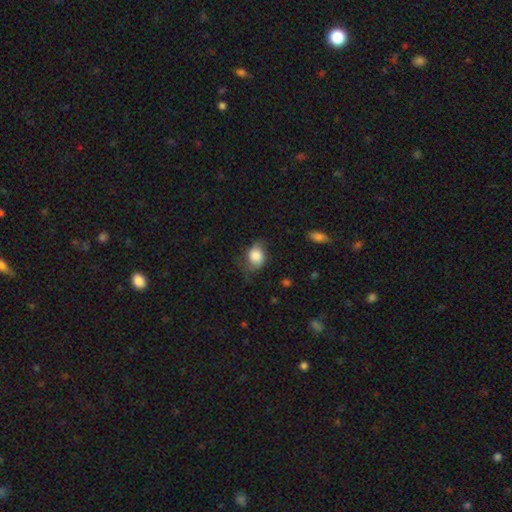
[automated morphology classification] The model was most divided on "how rounded": in between: 57%, round: 42%, cigar-shaped: 1%. More confident: smooth or featured — smooth (78%); merging — none (56%).